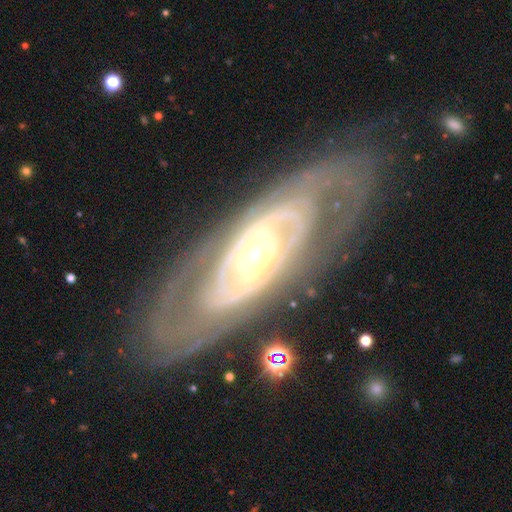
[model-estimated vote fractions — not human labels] Q: Smooth or featured?
A: featured or disk (84%); runner-up: smooth (11%)
Q: Edge-on disk?
A: no (85%); runner-up: yes (15%)
Q: Bar?
A: no (58%); runner-up: weak (24%)
Q: Spiral arms?
A: yes (69%); runner-up: no (31%)
Q: Bulge size?
A: moderate (51%); runner-up: small (41%)
Q: Merging?
A: none (79%); runner-up: minor disturbance (13%)